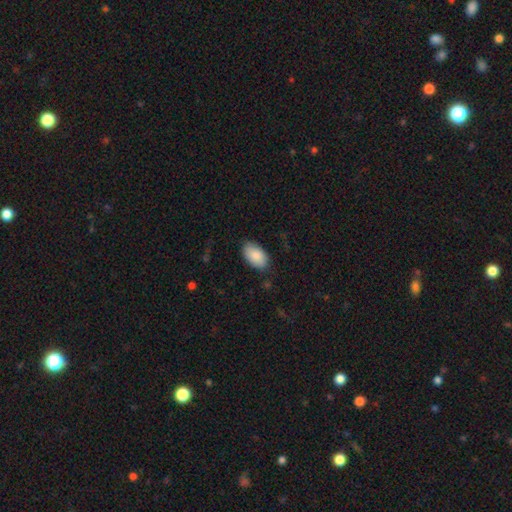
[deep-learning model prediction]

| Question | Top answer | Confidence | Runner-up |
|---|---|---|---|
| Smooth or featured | smooth | 88% | star or artifact (6%) |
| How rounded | in between | 94% | round (4%) |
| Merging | none | 81% | minor disturbance (15%) |